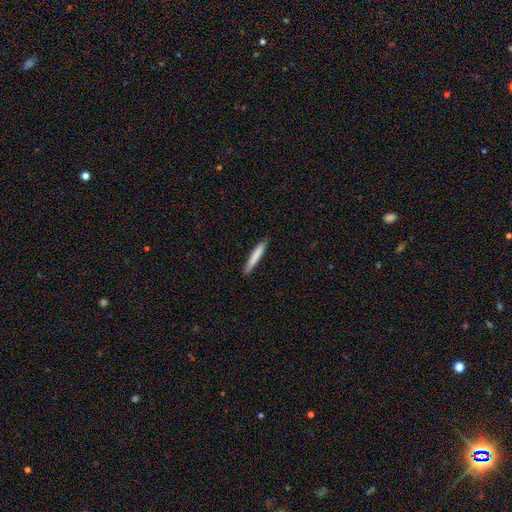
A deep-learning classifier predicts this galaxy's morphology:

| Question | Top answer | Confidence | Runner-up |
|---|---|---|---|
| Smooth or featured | smooth | 79% | featured or disk (16%) |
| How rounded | cigar-shaped | 95% | in between (4%) |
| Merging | none | 89% | minor disturbance (8%) |